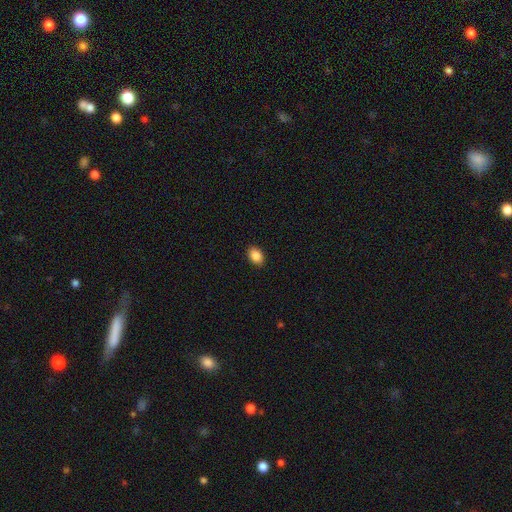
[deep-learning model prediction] Smooth or featured: smooth — 88% (star or artifact — 8%)
How rounded: in between — 81% (round — 18%)
Merging: none — 90% (minor disturbance — 7%)